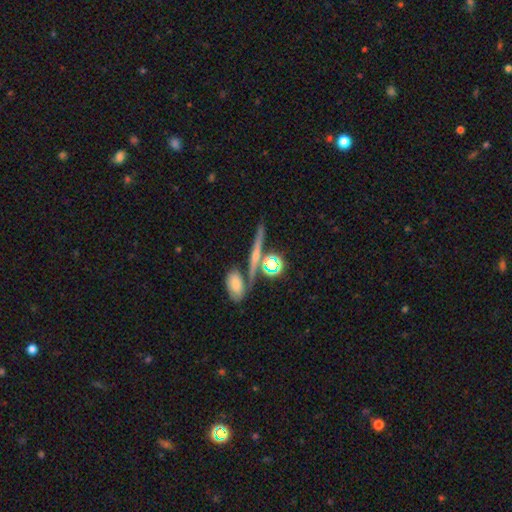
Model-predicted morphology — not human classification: A featured or disk galaxy (39%). Merging: none (69%).